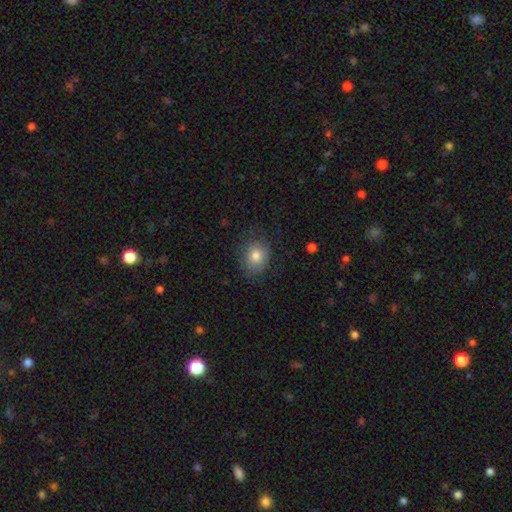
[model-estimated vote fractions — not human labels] Smooth or featured? Predicted: smooth (p=0.79). How rounded? Predicted: round (p=0.58). Merging? Predicted: none (p=0.77).